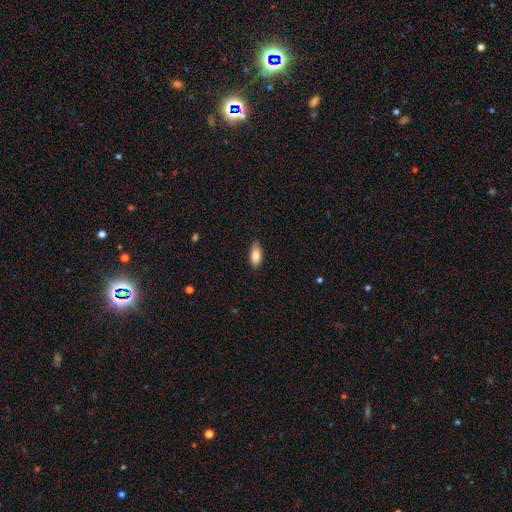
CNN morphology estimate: Smooth or featured? Predicted: smooth (p=0.84). How rounded? Predicted: in between (p=0.86). Merging? Predicted: none (p=0.82).